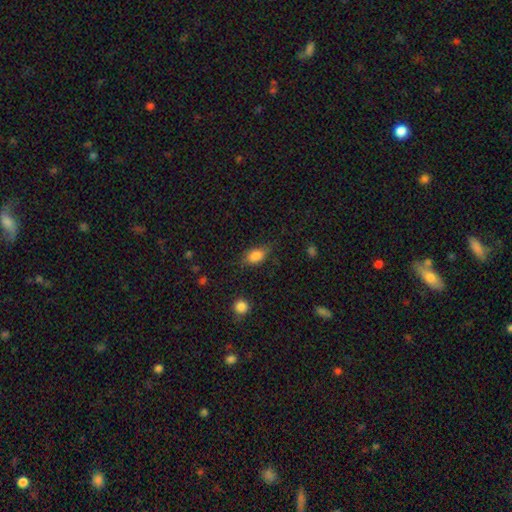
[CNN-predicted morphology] This is clearly a smooth galaxy (80%). How rounded: clearly in between (84%). Merging: likely none (70%).